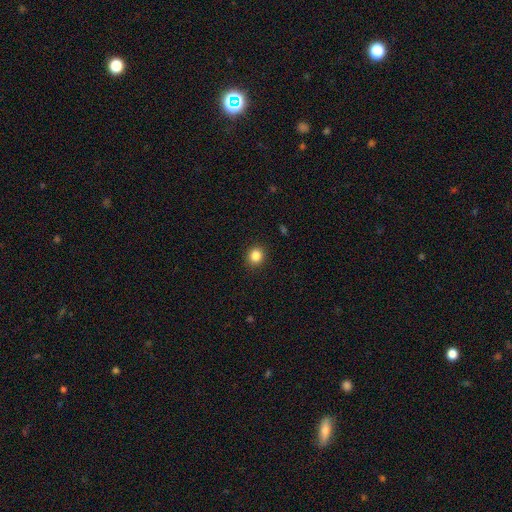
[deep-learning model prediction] Smooth or featured: smooth — 85% (star or artifact — 11%)
How rounded: round — 82% (in between — 17%)
Merging: none — 91% (minor disturbance — 6%)